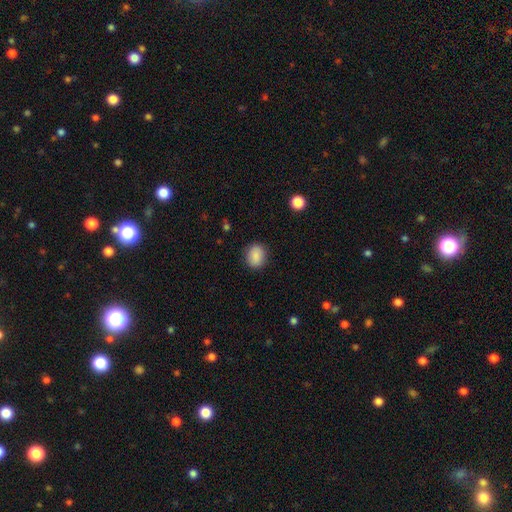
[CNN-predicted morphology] Smooth or featured?
  - smooth: 87% *
  - star or artifact: 8%
  - featured or disk: 5%
How rounded?
  - round: 56% *
  - in between: 43%
  - cigar-shaped: 1%
Merging?
  - none: 86% *
  - minor disturbance: 10%
  - major disturbance: 3%
  - merger: 1%